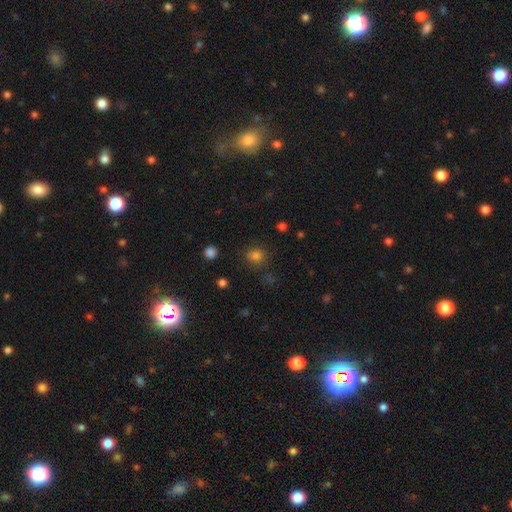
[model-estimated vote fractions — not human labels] Smooth or featured: smooth — 77% (star or artifact — 18%)
How rounded: round — 78% (in between — 21%)
Merging: none — 76% (minor disturbance — 15%)